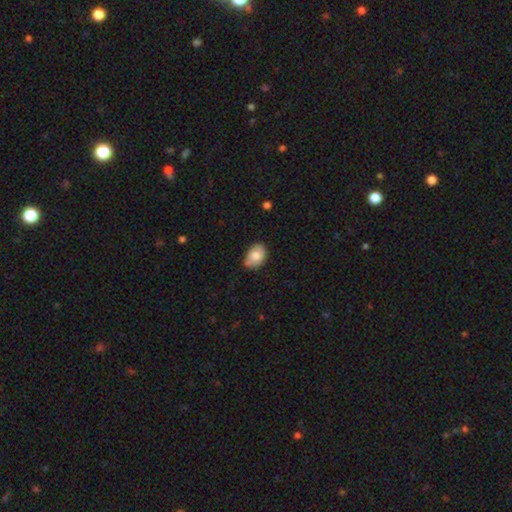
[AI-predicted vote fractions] smooth_or_featured: smooth (p=0.80) [alt: featured or disk p=0.12]
how_rounded: in between (p=0.83) [alt: round p=0.16]
merging: none (p=0.65) [alt: minor disturbance p=0.30]